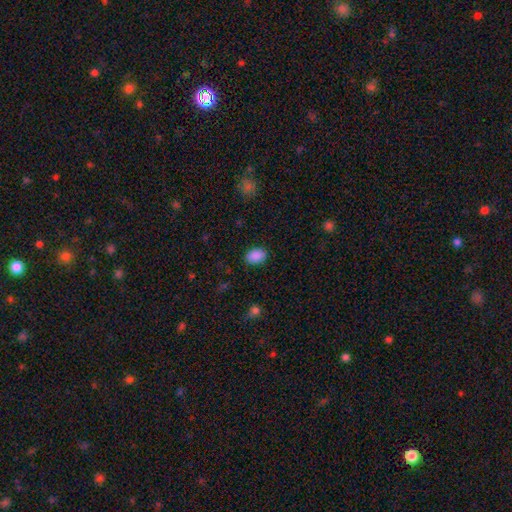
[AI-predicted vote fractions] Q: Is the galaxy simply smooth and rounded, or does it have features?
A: smooth — 89%.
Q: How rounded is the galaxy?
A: in between — 85%.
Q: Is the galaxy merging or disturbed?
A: none — 87%.